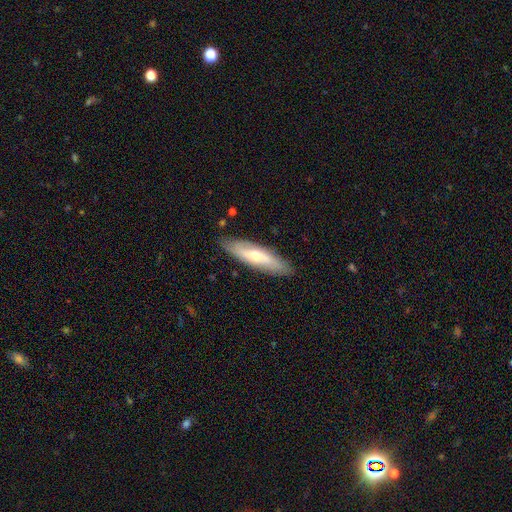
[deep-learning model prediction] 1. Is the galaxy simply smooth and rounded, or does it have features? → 48% featured or disk, 46% smooth, 6% star or artifact.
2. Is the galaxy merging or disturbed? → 85% none, 11% minor disturbance, 2% major disturbance, 1% merger.